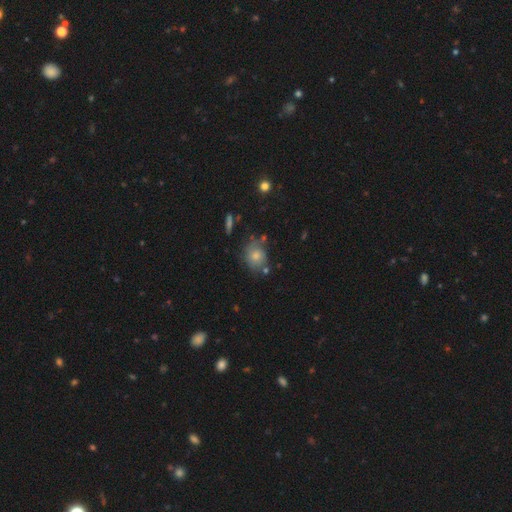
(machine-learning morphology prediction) smooth_or_featured: smooth (p=0.70) [alt: featured or disk p=0.19]
how_rounded: round (p=0.61) [alt: in between p=0.37]
merging: none (p=0.60) [alt: minor disturbance p=0.24]